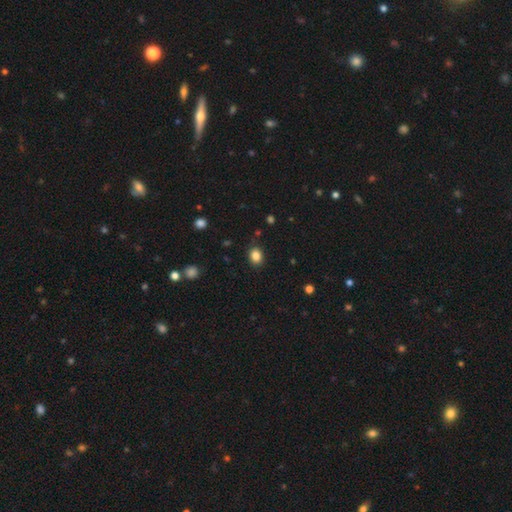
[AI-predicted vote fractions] A smooth galaxy with no disk features (85%) that is in between round and cigar-shaped (53%). Merging: none (87%).